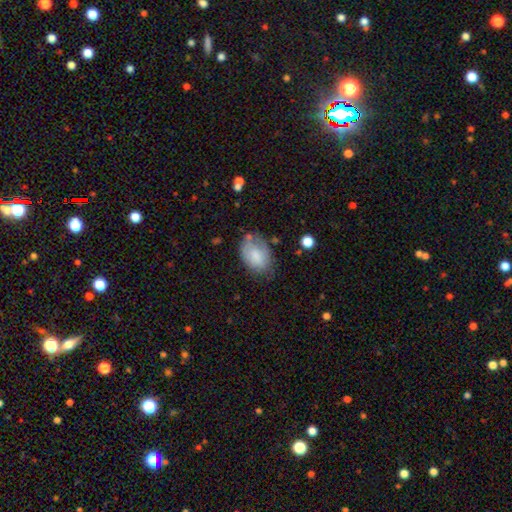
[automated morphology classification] Smooth or featured?
  - smooth: 73% *
  - featured or disk: 20%
  - star or artifact: 7%
How rounded?
  - in between: 85% *
  - round: 14%
  - cigar-shaped: 1%
Merging?
  - none: 52% *
  - minor disturbance: 32%
  - major disturbance: 12%
  - merger: 4%